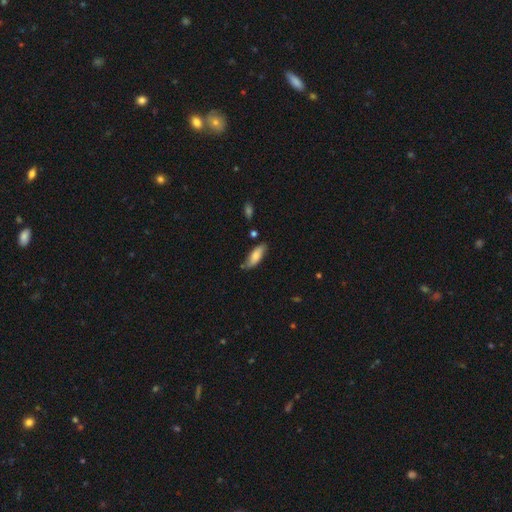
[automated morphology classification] Smooth or featured?
  - smooth: 76% *
  - featured or disk: 18%
  - star or artifact: 7%
How rounded?
  - in between: 67% *
  - cigar-shaped: 31%
  - round: 2%
Merging?
  - none: 74% *
  - minor disturbance: 19%
  - merger: 4%
  - major disturbance: 3%